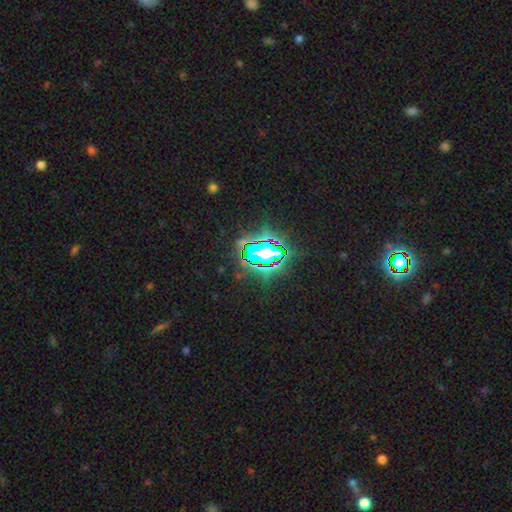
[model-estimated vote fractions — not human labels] A star or artifact, not a galaxy (80%).

Vote fractions:
- Smooth or featured? star or artifact: 80% / smooth: 11% / featured or disk: 9%